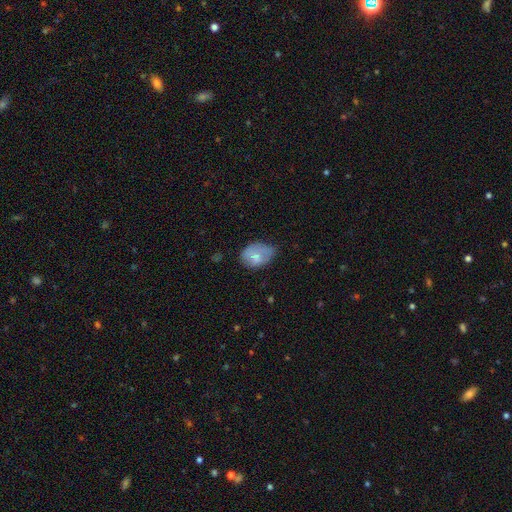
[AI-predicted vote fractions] A smooth galaxy with no disk features (66%) that is in between round and cigar-shaped (75%).

Vote fractions:
- Smooth or featured? smooth: 66% / featured or disk: 27% / star or artifact: 7%
- How rounded? in between: 75% / round: 24% / cigar-shaped: 1%
- Merging? minor disturbance: 42% / none: 40% / major disturbance: 15% / merger: 3%